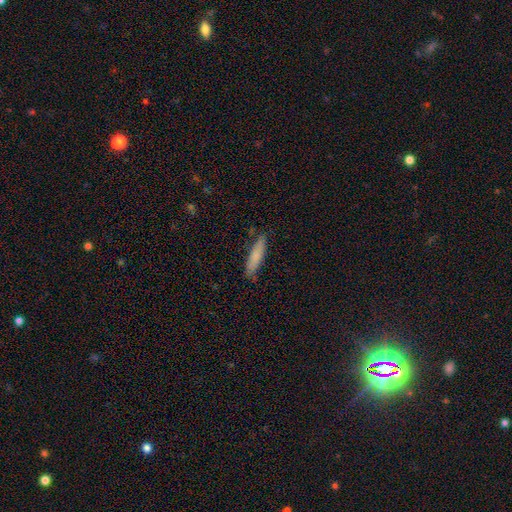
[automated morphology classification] The model was most divided on "smooth or featured": smooth: 78%, featured or disk: 16%, star or artifact: 6%. More confident: merging — none (82%); how rounded — cigar-shaped (82%).